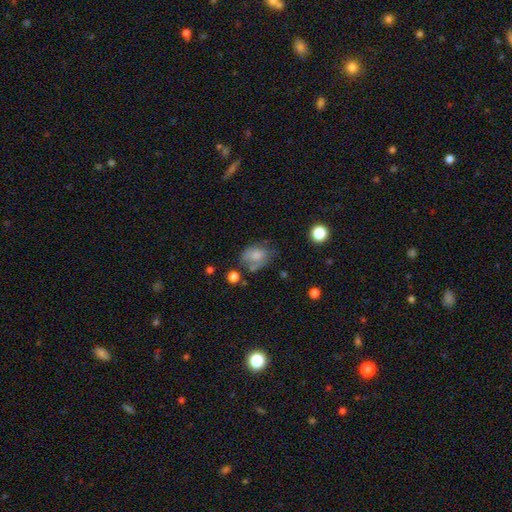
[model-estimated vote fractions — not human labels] The model was most divided on "merging": none: 44%, minor disturbance: 29%, major disturbance: 16%, merger: 11%. More confident: smooth or featured — smooth (70%); how rounded — in between (64%).